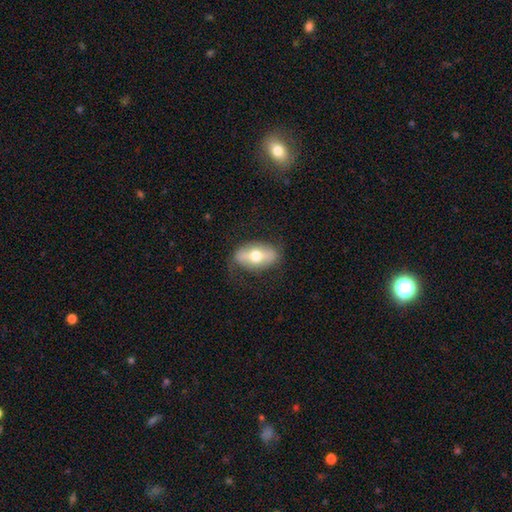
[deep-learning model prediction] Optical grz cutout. It shows a smooth galaxy with no disk features (49%). Merging: none (74%).